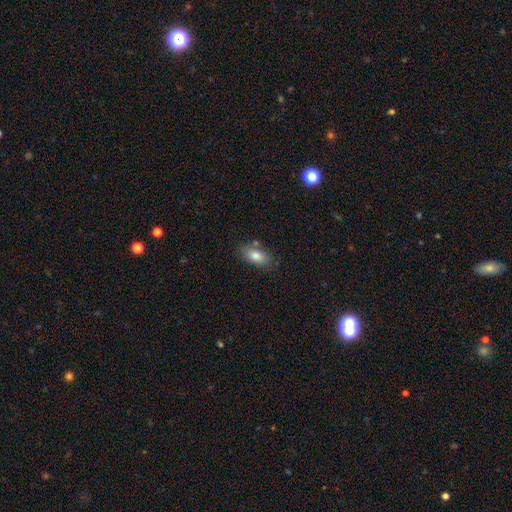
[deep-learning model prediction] A smooth galaxy with no disk features (81%) that is in between round and cigar-shaped (88%). Merging: none (76%).